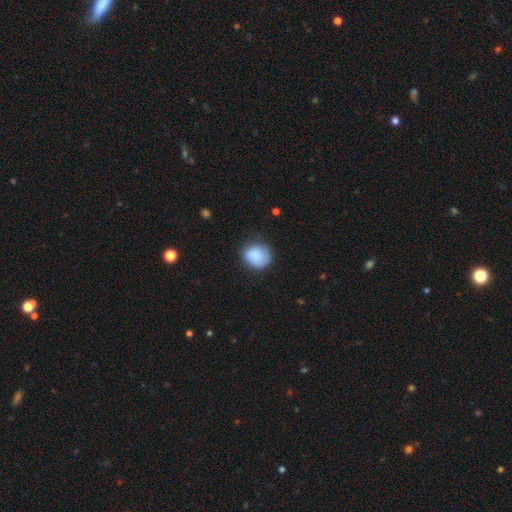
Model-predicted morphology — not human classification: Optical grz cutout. It shows a smooth galaxy with no disk features (86%) that is round (80%). Merging: none (71%).